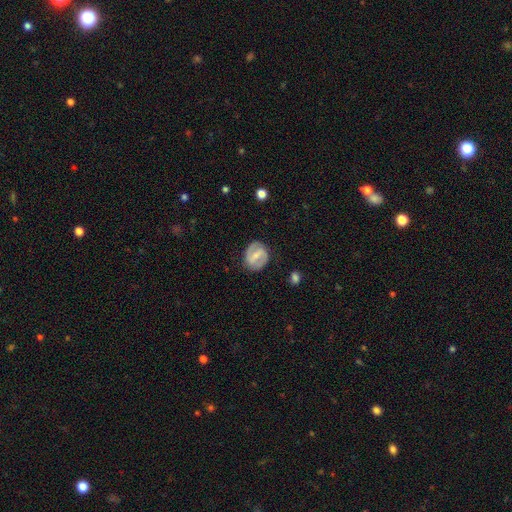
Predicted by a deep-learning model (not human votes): Smooth or featured: featured or disk — 72% (smooth — 22%)
Edge-on disk: no — 97% (yes — 3%)
Bar: strong — 54% (weak — 36%)
Spiral arms: yes — 82% (no — 18%)
Spiral winding: medium — 45% (tight — 34%)
Spiral arm count: 2 — 85% (can't tell — 8%)
Bulge size: small — 53% (moderate — 33%)
Merging: none — 81% (minor disturbance — 13%)